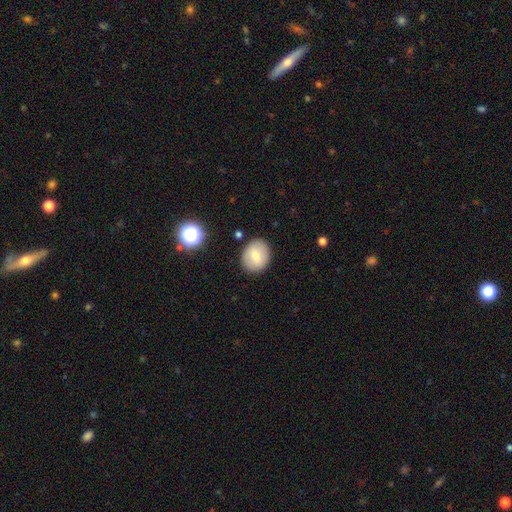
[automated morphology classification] Smooth or featured?
  - smooth: 70% *
  - featured or disk: 21%
  - star or artifact: 9%
How rounded?
  - round: 64% *
  - in between: 36%
  - cigar-shaped: 1%
Merging?
  - none: 87% *
  - minor disturbance: 9%
  - major disturbance: 2%
  - merger: 2%